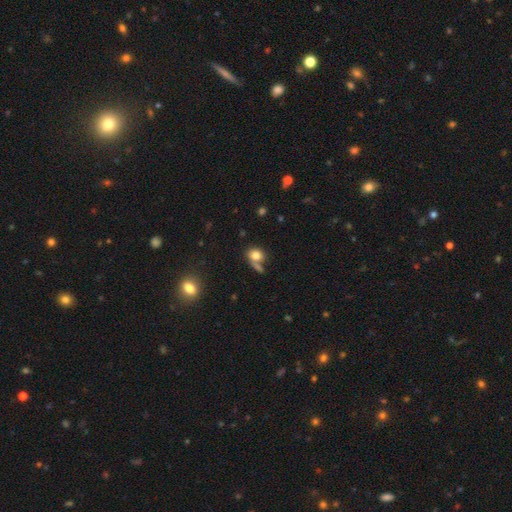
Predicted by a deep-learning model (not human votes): smooth_or_featured: smooth (p=0.79) [alt: star or artifact p=0.11]
how_rounded: round (p=0.56) [alt: in between p=0.43]
merging: none (p=0.50) [alt: merger p=0.28]